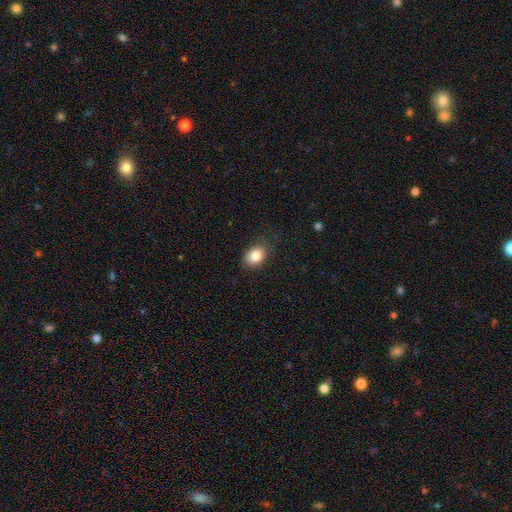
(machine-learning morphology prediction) Overall: smooth (84%). How rounded: in between (65%; round 34%). Merging: none (76%).